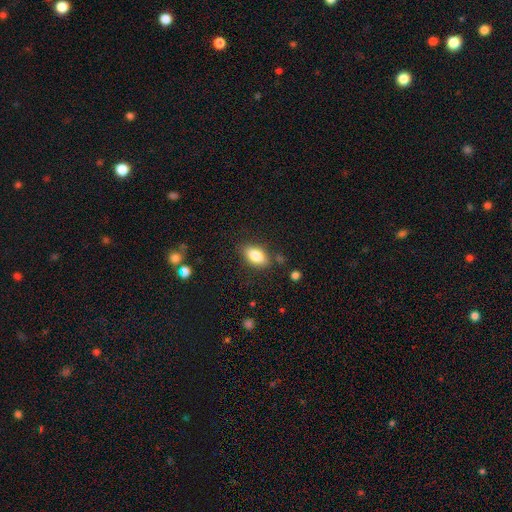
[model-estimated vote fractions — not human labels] Morphology: type=smooth (83%); roundness=in between (89%); merging=none (81%).